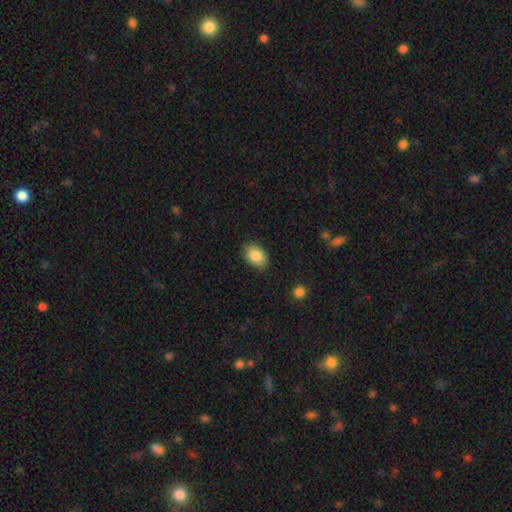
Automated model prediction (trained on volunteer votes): A smooth galaxy with no disk features (86%) that is in between round and cigar-shaped (84%).

Vote fractions:
- Smooth or featured? smooth: 86% / star or artifact: 7% / featured or disk: 7%
- How rounded? in between: 84% / round: 15% / cigar-shaped: 1%
- Merging? none: 85% / minor disturbance: 12% / major disturbance: 2% / merger: 1%